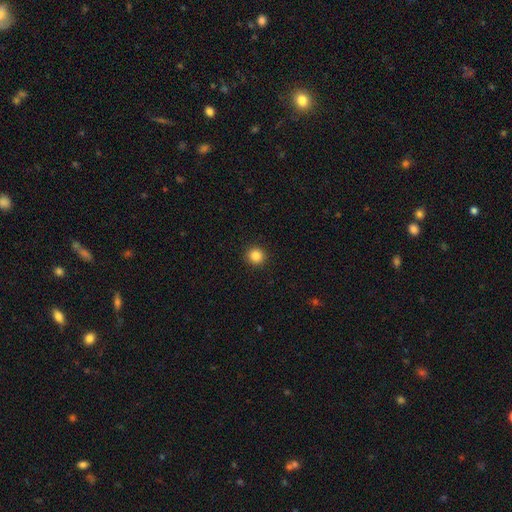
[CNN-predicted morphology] The model was most divided on "smooth or featured": smooth: 86%, star or artifact: 11%, featured or disk: 4%. More confident: how rounded — round (93%); merging — none (93%).